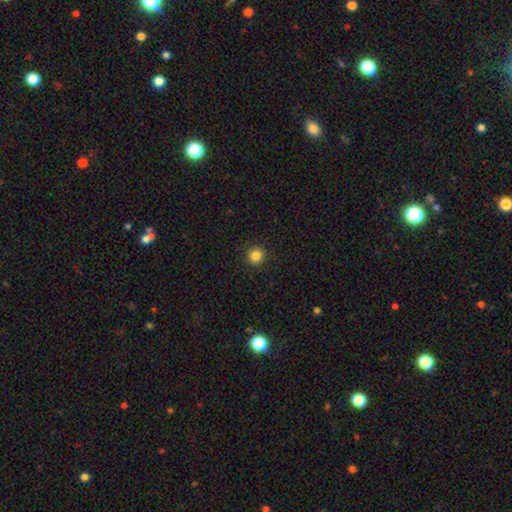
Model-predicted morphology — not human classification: A smooth galaxy with no disk features (84%) that is round (94%).

Vote fractions:
- Smooth or featured? smooth: 84% / star or artifact: 12% / featured or disk: 4%
- How rounded? round: 94% / in between: 5% / cigar-shaped: 1%
- Merging? none: 93% / minor disturbance: 5% / major disturbance: 2% / merger: 1%